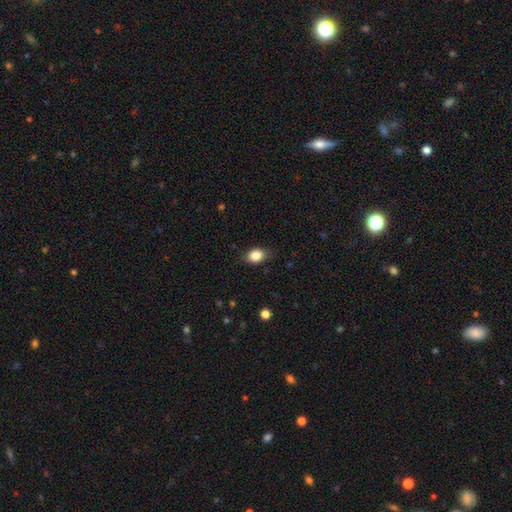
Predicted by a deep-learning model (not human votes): A smooth galaxy with no disk features (84%) that is in between round and cigar-shaped (70%). Merging: none (80%).